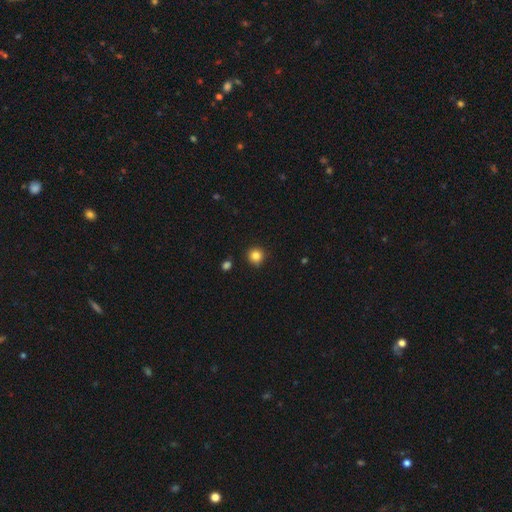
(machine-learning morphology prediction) type=smooth (84%); roundness=round (93%); merging=none (89%).